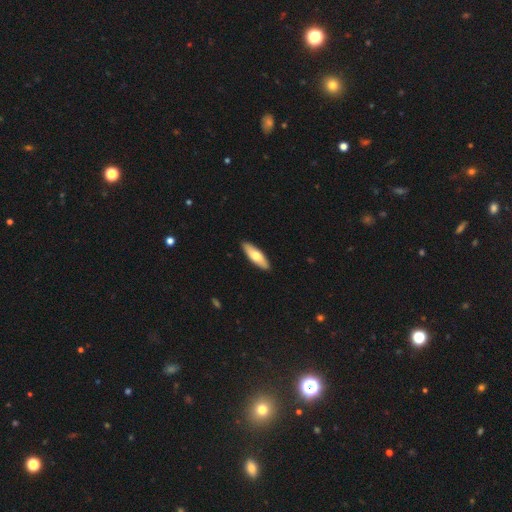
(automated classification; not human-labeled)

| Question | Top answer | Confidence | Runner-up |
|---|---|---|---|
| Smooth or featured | smooth | 66% | featured or disk (29%) |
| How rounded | in between | 51% | cigar-shaped (47%) |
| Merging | none | 91% | minor disturbance (7%) |